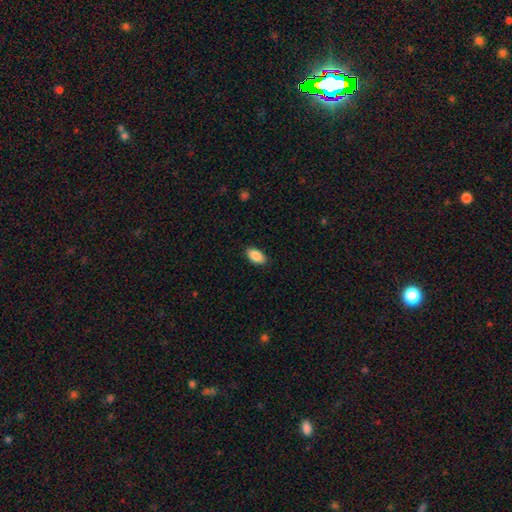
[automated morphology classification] Overall: smooth (89%). How rounded: in between (93%). Merging: none (88%).